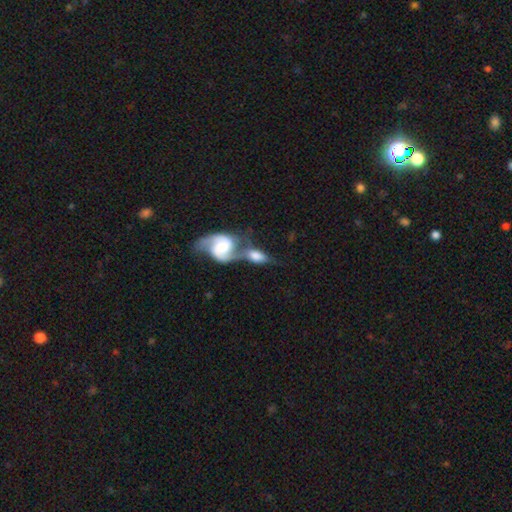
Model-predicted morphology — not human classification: This is possibly a featured or disk galaxy (57%). It is clearly not viewed edge-on (86%). Merging: likely merger (68%).